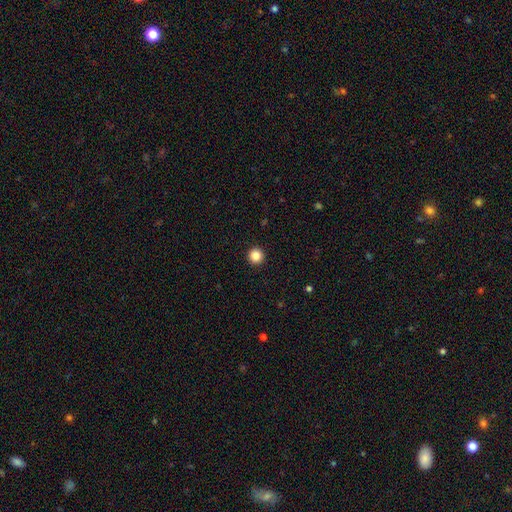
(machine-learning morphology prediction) A smooth galaxy with no disk features (86%) that is round (96%).

Vote fractions:
- Smooth or featured? smooth: 86% / star or artifact: 10% / featured or disk: 3%
- How rounded? round: 96% / in between: 3% / cigar-shaped: 1%
- Merging? none: 94% / minor disturbance: 4% / major disturbance: 1% / merger: 1%